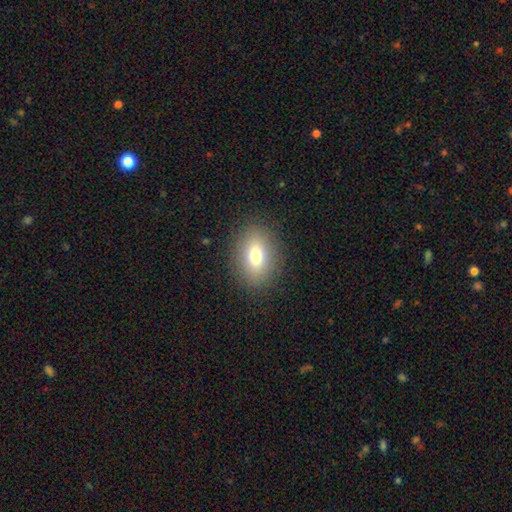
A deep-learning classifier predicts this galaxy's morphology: A smooth galaxy with no disk features (74%) that is in between round and cigar-shaped (71%).

Vote fractions:
- Smooth or featured? smooth: 74% / featured or disk: 14% / star or artifact: 12%
- How rounded? in between: 71% / round: 27% / cigar-shaped: 2%
- Merging? none: 87% / minor disturbance: 8% / major disturbance: 4% / merger: 1%